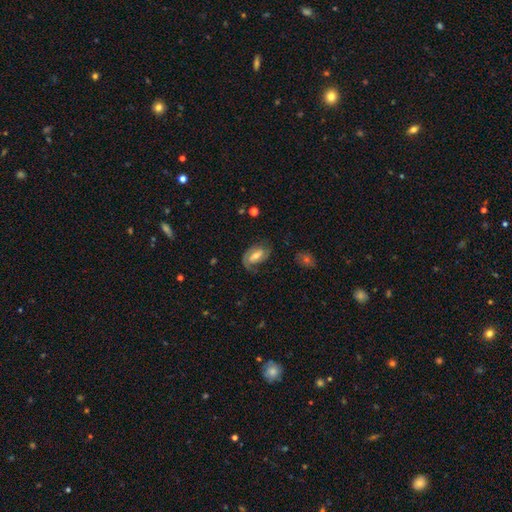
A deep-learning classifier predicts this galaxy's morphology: A featured or disk galaxy (73%) with a weak bar (44%), 2 (70%) medium (42%) spiral arms (90%) and a moderate central bulge (58%). Merging: none (65%).